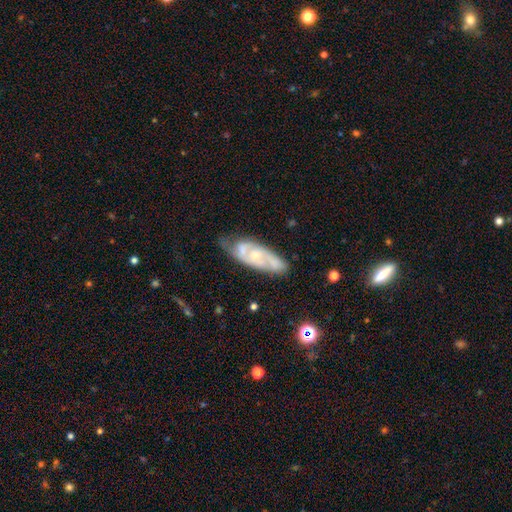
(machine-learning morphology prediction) The model was most divided on "spiral winding": tight: 44%, medium: 42%, loose: 14%. More confident: edge-on disk — no (87%); spiral arms — yes (82%); smooth or featured — featured or disk (72%); bar — no (68%); merging — none (59%); spiral arm count — 2 (55%); bulge size — small (55%).